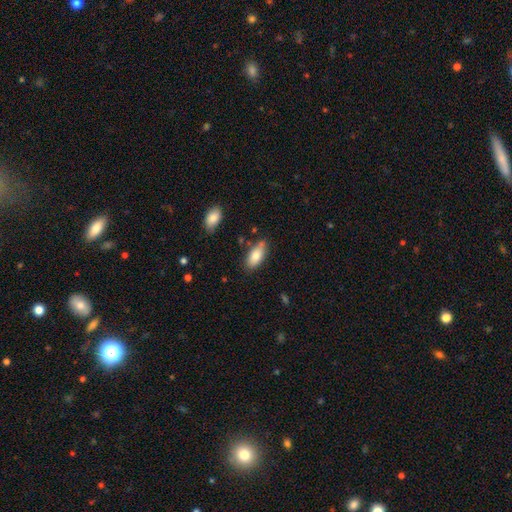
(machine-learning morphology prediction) The model was most divided on "merging": none: 72%, minor disturbance: 20%, merger: 4%, major disturbance: 4%. More confident: how rounded — in between (89%); smooth or featured — smooth (80%).